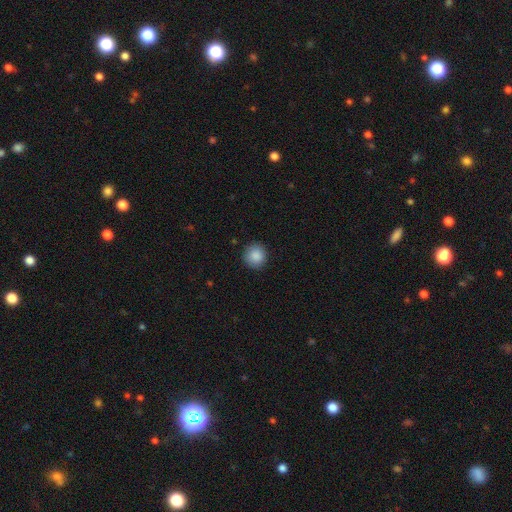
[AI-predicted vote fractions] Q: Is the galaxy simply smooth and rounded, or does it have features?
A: smooth — 88%.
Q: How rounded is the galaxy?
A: round — 93%.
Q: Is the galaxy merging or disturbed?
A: none — 90%.